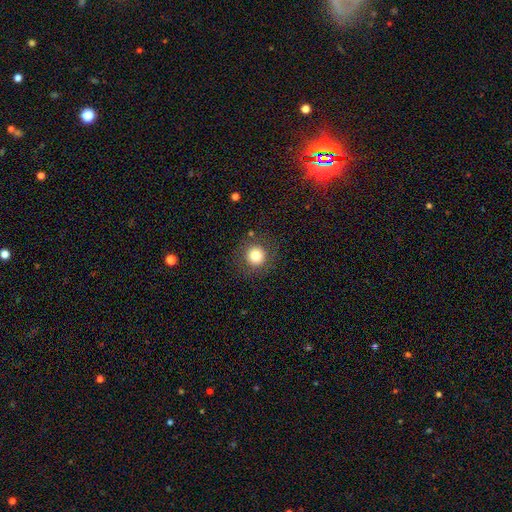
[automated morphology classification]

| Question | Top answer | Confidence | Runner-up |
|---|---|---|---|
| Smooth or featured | smooth | 79% | star or artifact (12%) |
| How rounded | round | 94% | in between (5%) |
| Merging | none | 85% | minor disturbance (9%) |